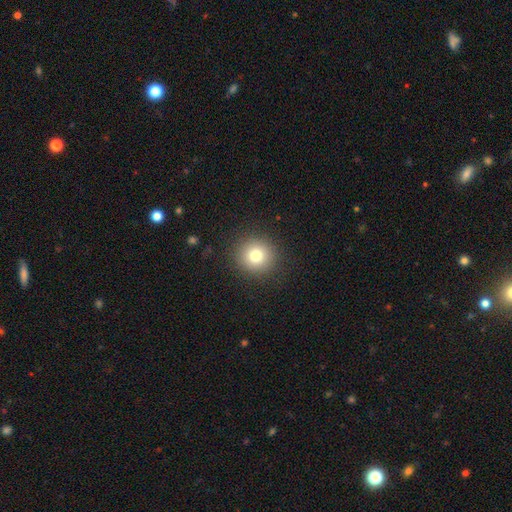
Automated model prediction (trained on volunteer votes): Smooth or featured: smooth — 78% (star or artifact — 12%)
How rounded: round — 93% (in between — 6%)
Merging: none — 90% (minor disturbance — 6%)